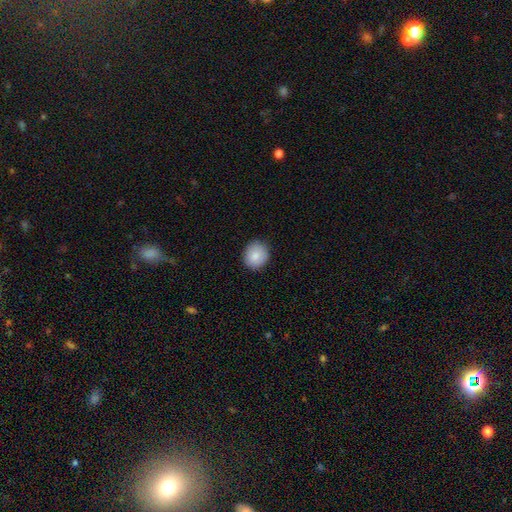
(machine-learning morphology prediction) Smooth or featured? smooth (86%)
How rounded? round (83%)
Merging? none (89%)